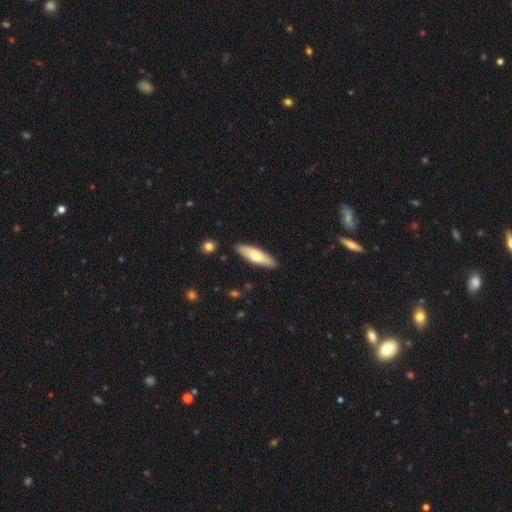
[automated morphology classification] A smooth galaxy with no disk features (66%) that is cigar-shaped (60%). Merging: none (88%).